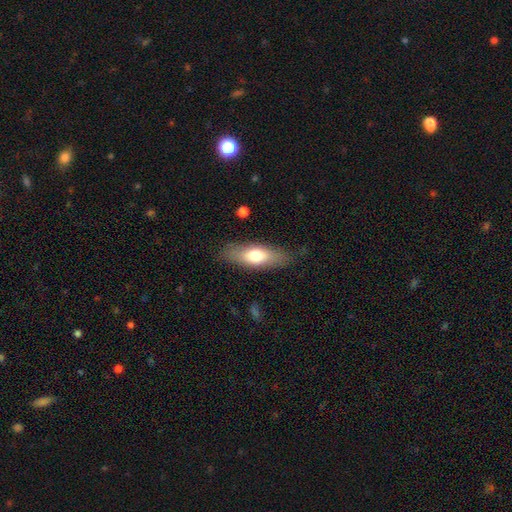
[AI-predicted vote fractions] smooth-or-featured: smooth: 65% | featured or disk: 28% | star or artifact: 6%
  how-rounded: in between: 62% | cigar-shaped: 35% | round: 3%
  merging: none: 83% | minor disturbance: 12% | major disturbance: 3% | merger: 1%